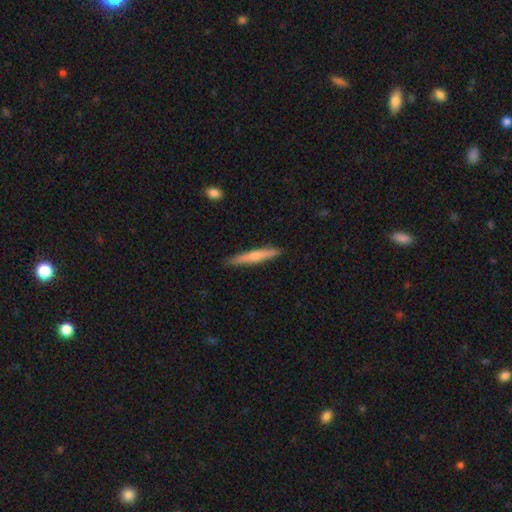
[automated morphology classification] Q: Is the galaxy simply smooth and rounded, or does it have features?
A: smooth — 61%.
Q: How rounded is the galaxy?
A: cigar-shaped — 94%.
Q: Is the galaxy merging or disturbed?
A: none — 88%.